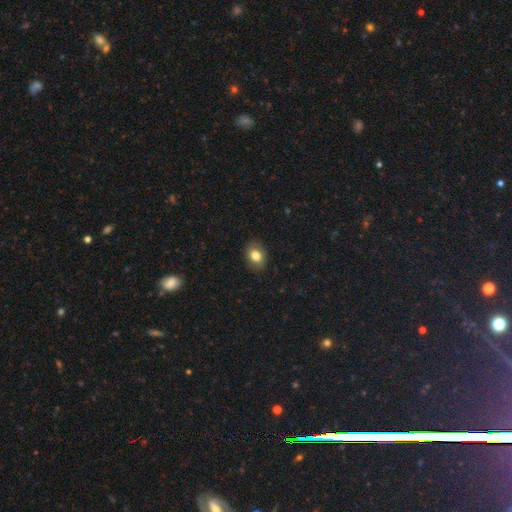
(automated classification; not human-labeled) Q: Smooth or featured?
A: smooth (81%); runner-up: featured or disk (10%)
Q: How rounded?
A: in between (66%); runner-up: round (33%)
Q: Merging?
A: none (86%); runner-up: minor disturbance (10%)